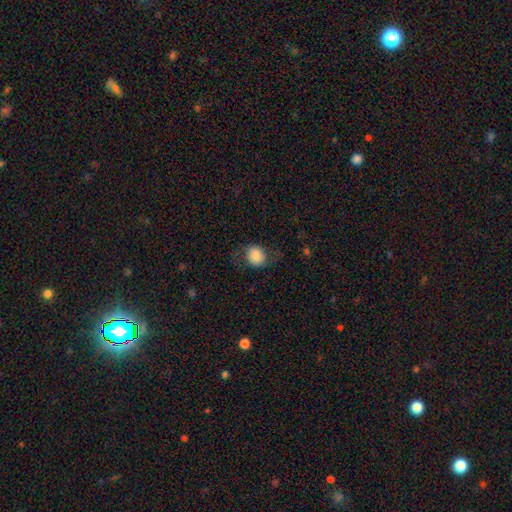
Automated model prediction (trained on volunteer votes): Q: Smooth or featured?
A: smooth (78%); runner-up: featured or disk (14%)
Q: How rounded?
A: round (77%); runner-up: in between (22%)
Q: Merging?
A: none (72%); runner-up: minor disturbance (17%)